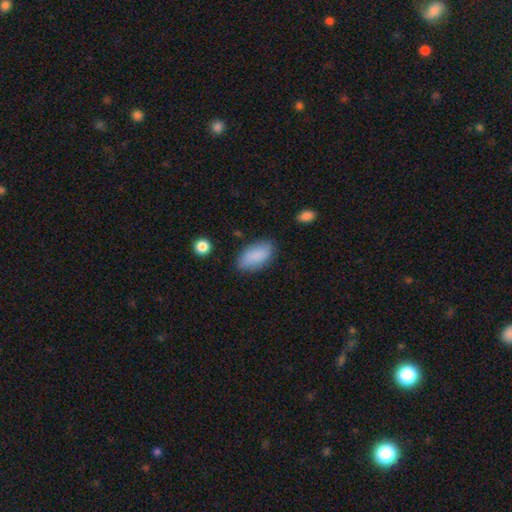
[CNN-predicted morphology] A smooth galaxy with no disk features (87%) that is in between round and cigar-shaped (92%).

Vote fractions:
- Smooth or featured? smooth: 87% / featured or disk: 7% / star or artifact: 7%
- How rounded? in between: 92% / cigar-shaped: 5% / round: 3%
- Merging? none: 79% / minor disturbance: 15% / major disturbance: 3% / merger: 2%